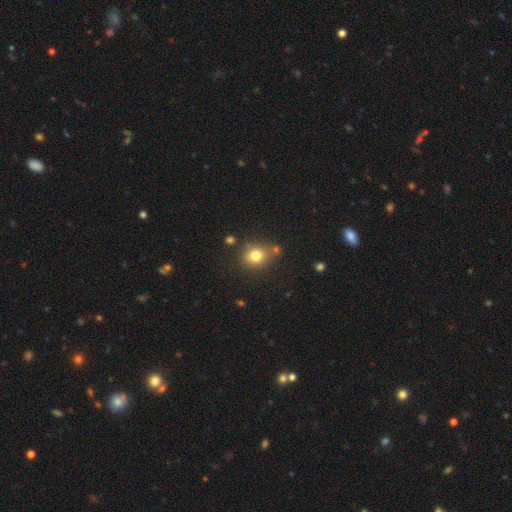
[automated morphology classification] The model was most divided on "how rounded": round: 66%, in between: 33%, cigar-shaped: 1%. More confident: smooth or featured — smooth (79%); merging — none (71%).